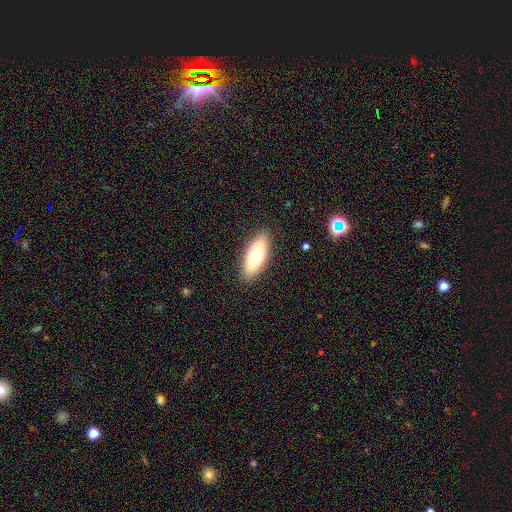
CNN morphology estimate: smooth 71%, featured or disk 22%, star or artifact 7%. Down the decision tree: how rounded — in between (69%); merging — none (88%).